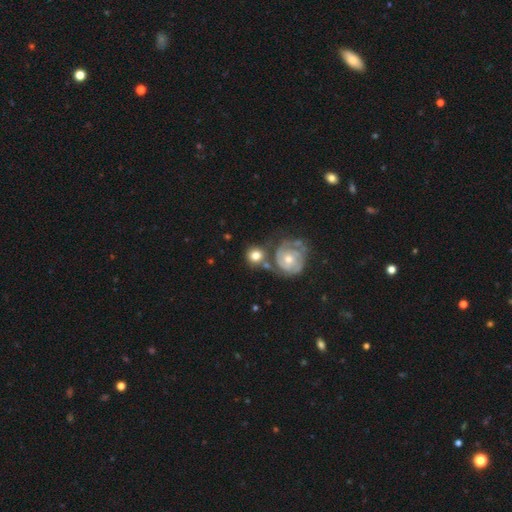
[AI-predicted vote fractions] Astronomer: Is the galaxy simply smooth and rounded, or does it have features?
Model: smooth — 57% (runner-up: featured or disk, 36%).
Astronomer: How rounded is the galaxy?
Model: round — 86%.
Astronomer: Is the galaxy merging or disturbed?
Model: none — 55%.